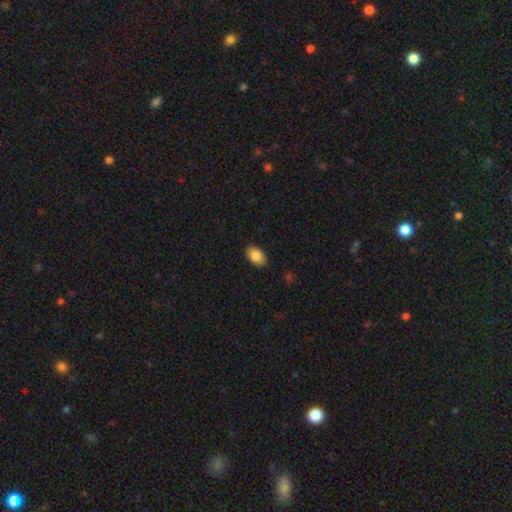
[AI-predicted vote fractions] Smooth or featured?
  - smooth: 85% *
  - featured or disk: 8%
  - star or artifact: 7%
How rounded?
  - in between: 90% *
  - round: 9%
  - cigar-shaped: 1%
Merging?
  - none: 88% *
  - minor disturbance: 9%
  - major disturbance: 2%
  - merger: 1%